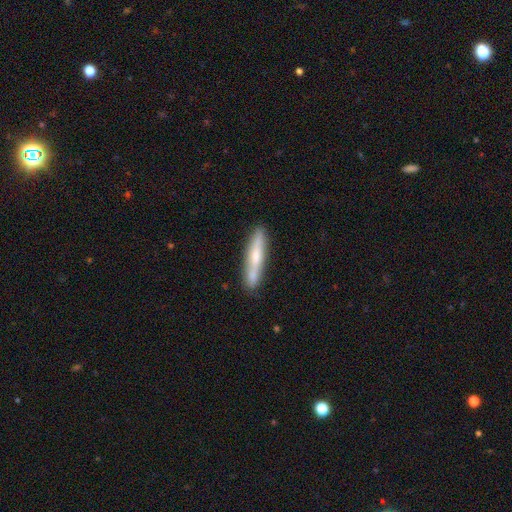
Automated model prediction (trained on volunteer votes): A smooth galaxy with no disk features (56%) that is cigar-shaped (90%). Merging: none (79%).